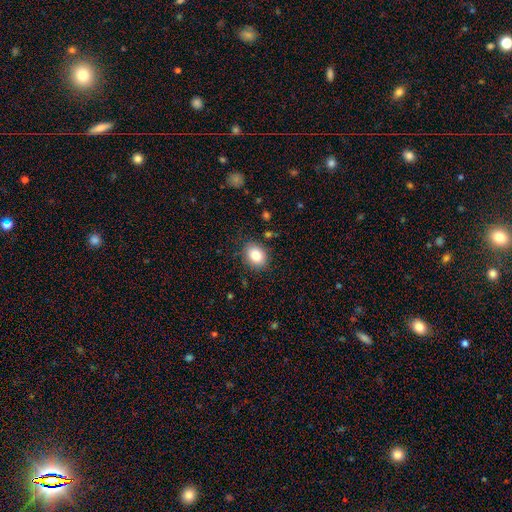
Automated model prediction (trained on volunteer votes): Smooth or featured? smooth (84%)
How rounded? in between (61%)
Merging? none (83%)